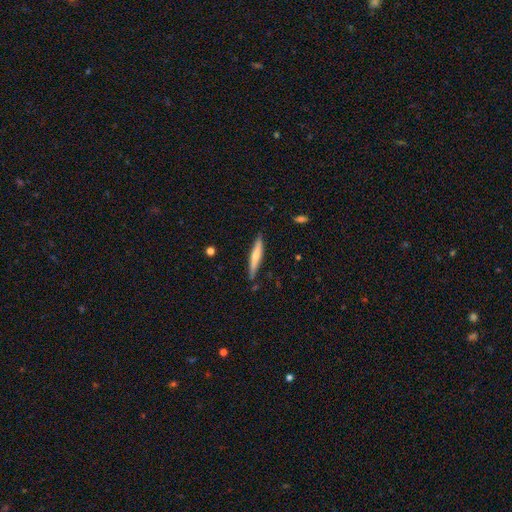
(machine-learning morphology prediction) smooth 56%, featured or disk 38%, star or artifact 6%. Down the decision tree: how rounded — cigar-shaped (92%); merging — none (82%).